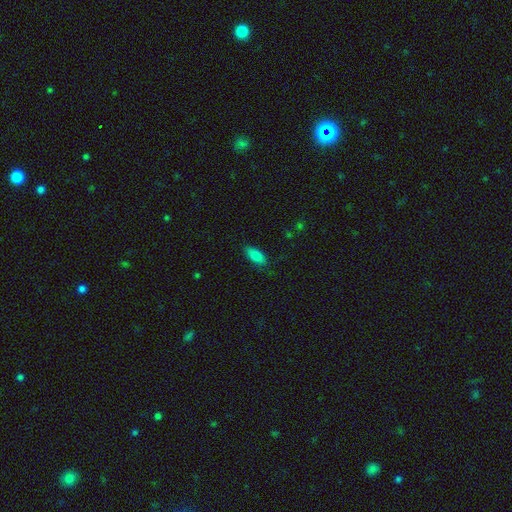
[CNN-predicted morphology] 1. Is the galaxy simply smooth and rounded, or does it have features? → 82% smooth, 10% featured or disk, 8% star or artifact.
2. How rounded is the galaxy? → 83% in between, 14% cigar-shaped, 2% round.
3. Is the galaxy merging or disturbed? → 84% none, 12% minor disturbance, 2% major disturbance, 1% merger.